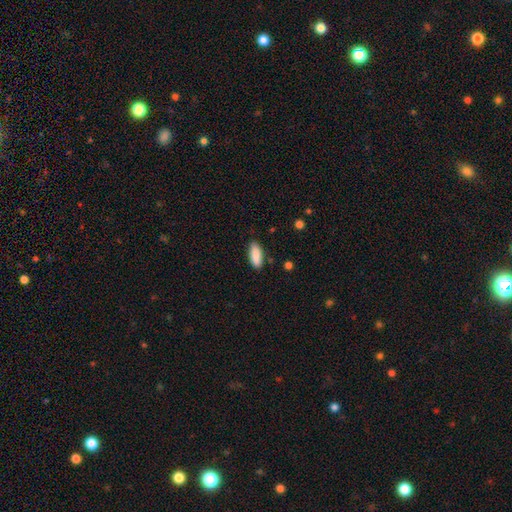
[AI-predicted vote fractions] Q: Smooth or featured?
A: smooth (89%); runner-up: star or artifact (6%)
Q: How rounded?
A: in between (79%); runner-up: cigar-shaped (20%)
Q: Merging?
A: none (85%); runner-up: minor disturbance (12%)